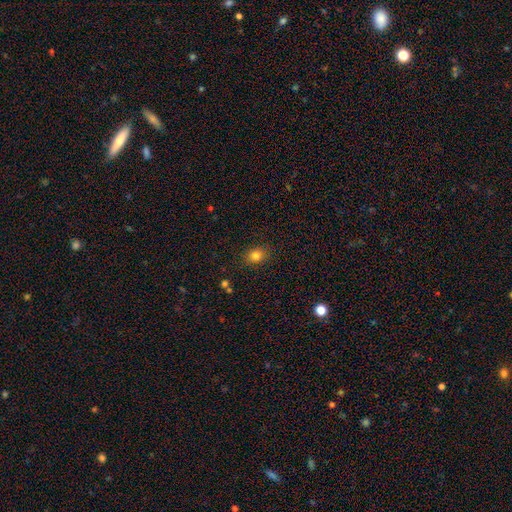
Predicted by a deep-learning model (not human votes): smooth-or-featured: smooth: 81% | star or artifact: 12% | featured or disk: 6%
  how-rounded: round: 50% | in between: 49% | cigar-shaped: 1%
  merging: none: 85% | minor disturbance: 11% | major disturbance: 3% | merger: 1%